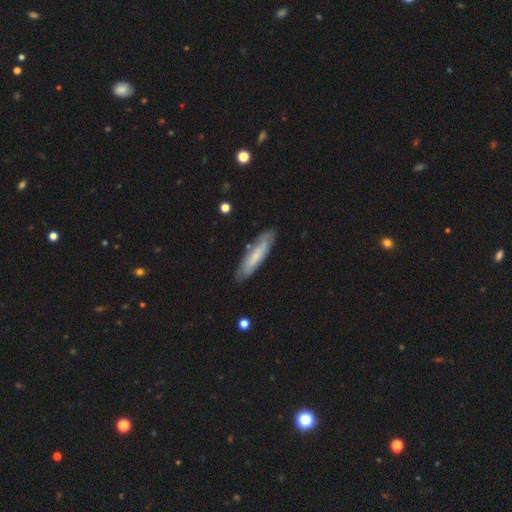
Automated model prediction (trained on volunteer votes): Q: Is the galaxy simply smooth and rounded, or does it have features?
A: smooth — 54%.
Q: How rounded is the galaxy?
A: cigar-shaped — 77%.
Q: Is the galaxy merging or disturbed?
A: none — 81%.